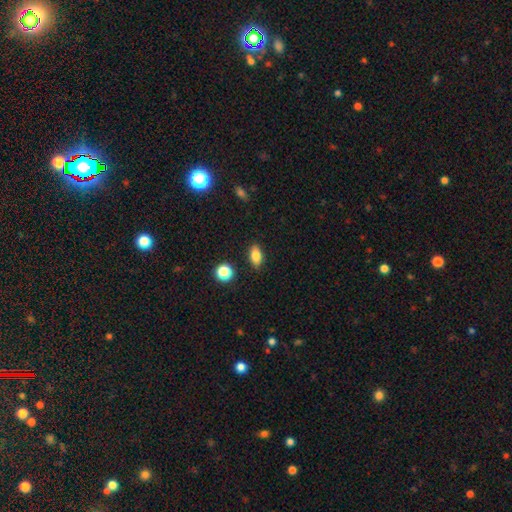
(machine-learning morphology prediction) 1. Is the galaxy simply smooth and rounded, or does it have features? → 81% smooth, 10% featured or disk, 10% star or artifact.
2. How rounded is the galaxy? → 84% in between, 10% round, 6% cigar-shaped.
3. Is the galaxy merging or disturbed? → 87% none, 9% minor disturbance, 2% major disturbance, 2% merger.